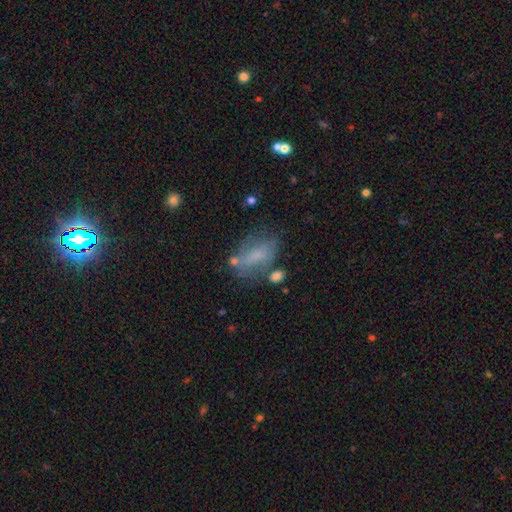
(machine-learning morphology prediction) Smooth or featured: smooth — 55% (featured or disk — 30%)
How rounded: in between — 81% (cigar-shaped — 10%)
Merging: none — 52% (minor disturbance — 23%)